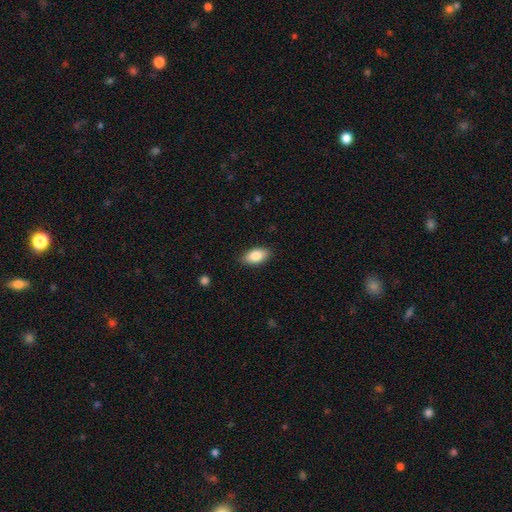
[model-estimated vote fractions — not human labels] Overall: smooth (85%). How rounded: in between (92%). Merging: none (87%).